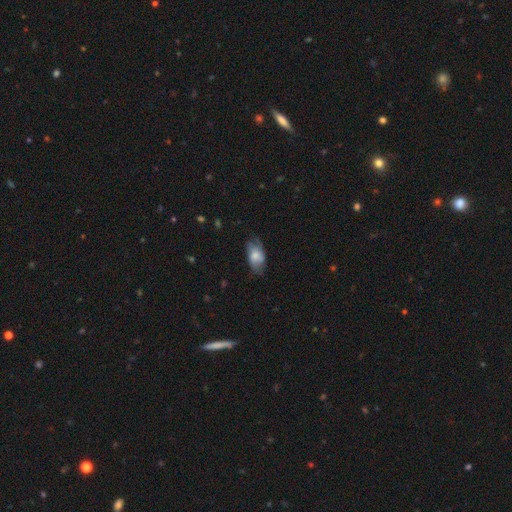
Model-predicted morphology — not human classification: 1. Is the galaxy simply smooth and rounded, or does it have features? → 69% smooth, 24% featured or disk, 7% star or artifact.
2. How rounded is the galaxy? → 90% in between, 7% round, 3% cigar-shaped.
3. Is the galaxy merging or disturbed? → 63% none, 28% minor disturbance, 9% major disturbance, 1% merger.